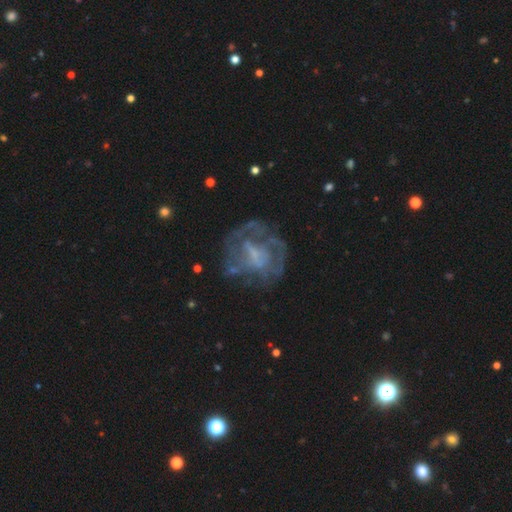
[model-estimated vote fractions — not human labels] smooth_or_featured: featured or disk (p=0.71) [alt: smooth p=0.18]
disk_edge_on: no (p=0.97) [alt: yes p=0.03]
bar: no (p=0.51) [alt: weak p=0.37]
has_spiral_arms: yes (p=0.50) [tied with: no p=0.50]
bulge_size: none (p=0.40) [alt: small p=0.36]
merging: none (p=0.57) [alt: major disturbance p=0.23]